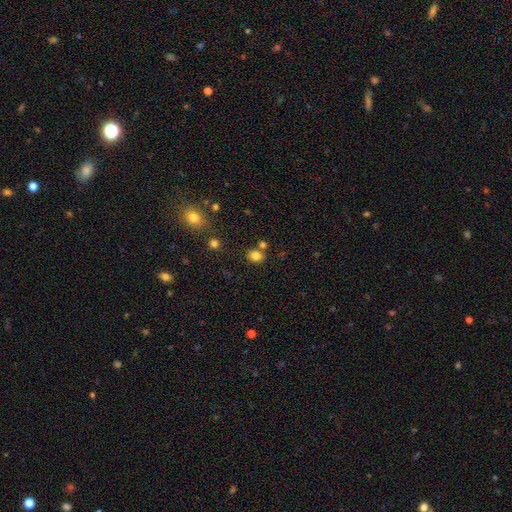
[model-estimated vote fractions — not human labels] A smooth galaxy with no disk features (81%) that is round (63%).

Vote fractions:
- Smooth or featured? smooth: 81% / star or artifact: 13% / featured or disk: 6%
- How rounded? round: 63% / in between: 36% / cigar-shaped: 1%
- Merging? none: 72% / merger: 14% / minor disturbance: 10% / major disturbance: 3%